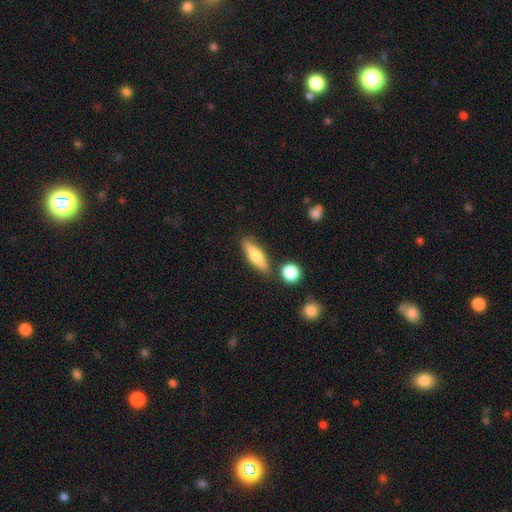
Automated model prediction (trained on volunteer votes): Smooth or featured? Predicted: smooth (p=0.67). How rounded? Predicted: cigar-shaped (p=0.56). Merging? Predicted: none (p=0.78).